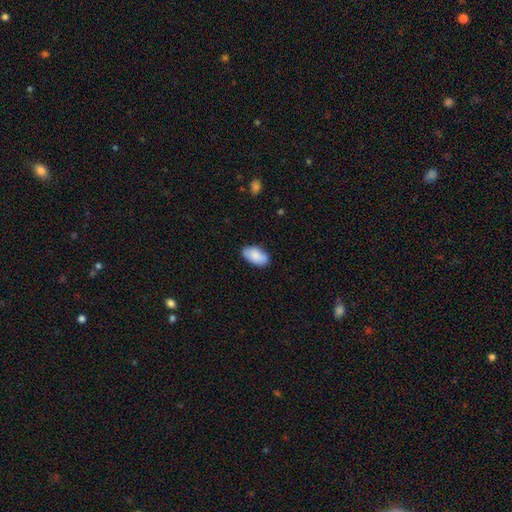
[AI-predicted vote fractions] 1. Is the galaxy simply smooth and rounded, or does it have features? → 85% smooth, 9% featured or disk, 6% star or artifact.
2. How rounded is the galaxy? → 95% in between, 3% round, 2% cigar-shaped.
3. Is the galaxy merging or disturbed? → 81% none, 15% minor disturbance, 2% major disturbance, 1% merger.